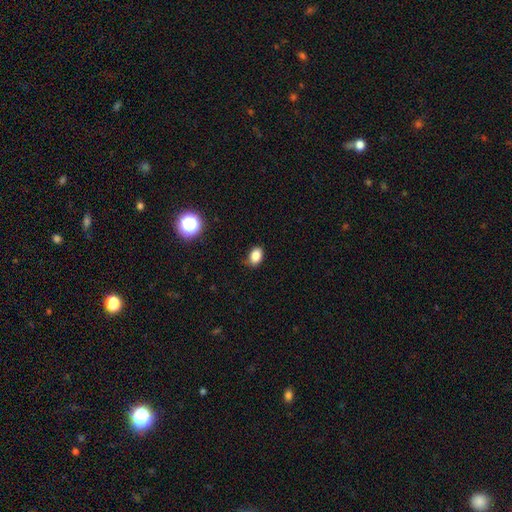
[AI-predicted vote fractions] This appears to be a smooth galaxy with no disk features (84%) that is in between round and cigar-shaped (78%). Merging: none (79%).